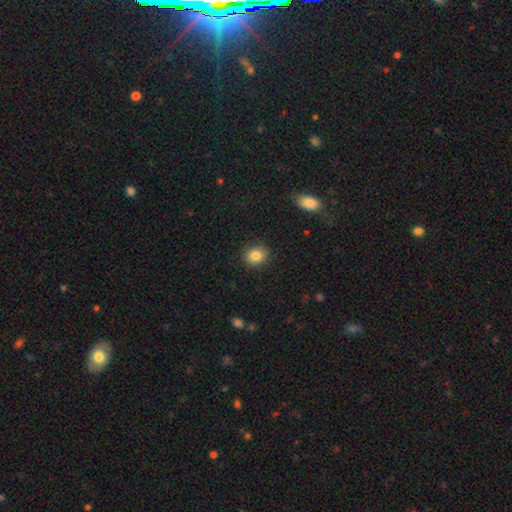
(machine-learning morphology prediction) A smooth galaxy with no disk features (84%) that is round (77%). Merging: none (89%).